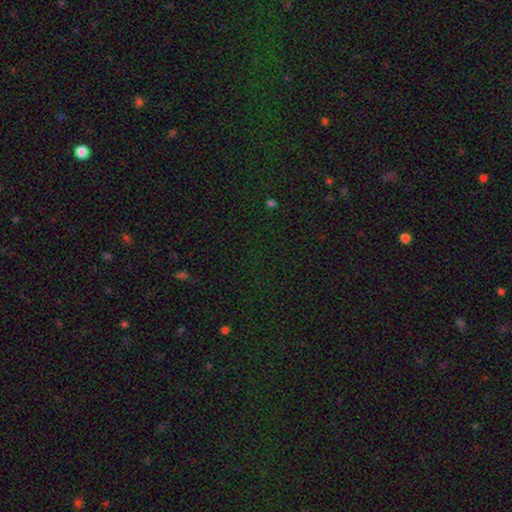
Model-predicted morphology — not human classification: Smooth or featured? star or artifact (77%)